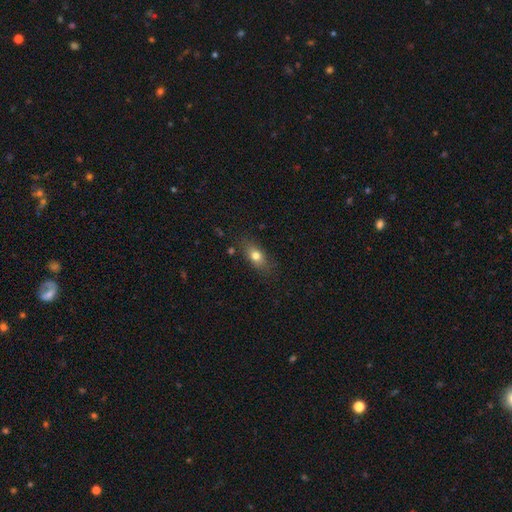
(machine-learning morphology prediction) Smooth or featured? Predicted: smooth (p=0.74). How rounded? Predicted: in between (p=0.74). Merging? Predicted: none (p=0.78).